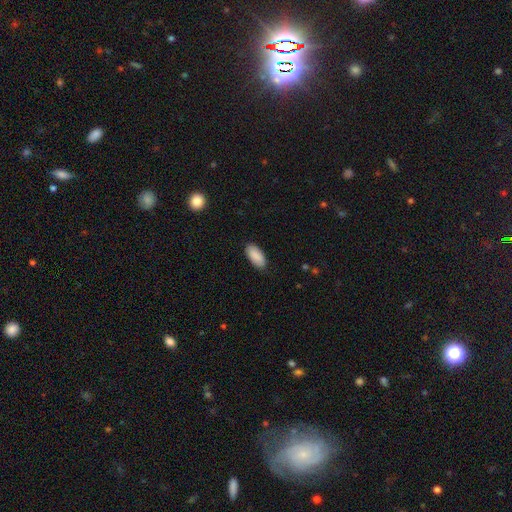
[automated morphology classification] A smooth galaxy with no disk features (90%) that is in between round and cigar-shaped (92%).

Vote fractions:
- Smooth or featured? smooth: 90% / star or artifact: 6% / featured or disk: 4%
- How rounded? in between: 92% / cigar-shaped: 6% / round: 2%
- Merging? none: 86% / minor disturbance: 11% / major disturbance: 2% / merger: 1%